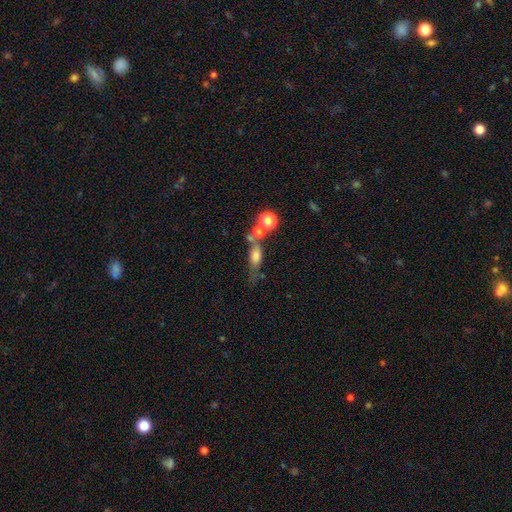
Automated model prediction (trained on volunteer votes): Smooth or featured?
  - smooth: 60% *
  - featured or disk: 26%
  - star or artifact: 14%
How rounded?
  - in between: 48% *
  - cigar-shaped: 31%
  - round: 20%
Merging?
  - none: 42% *
  - merger: 29%
  - minor disturbance: 16%
  - major disturbance: 13%